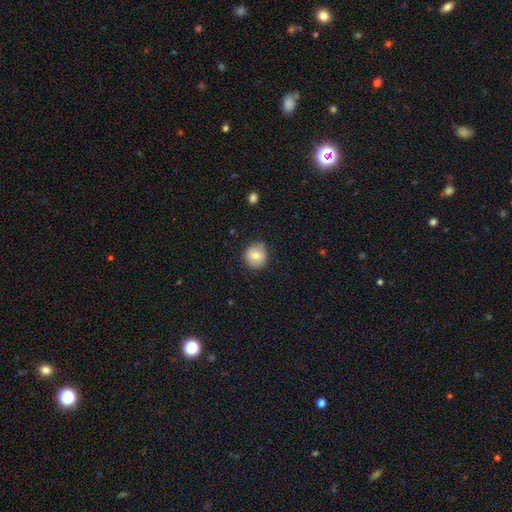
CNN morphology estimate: Smooth or featured? smooth (76%)
How rounded? round (87%)
Merging? none (76%)